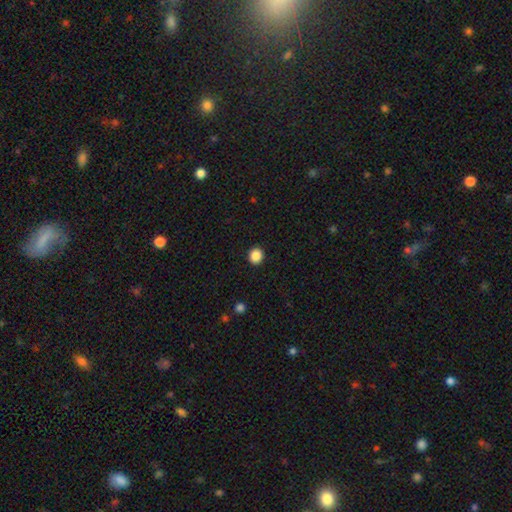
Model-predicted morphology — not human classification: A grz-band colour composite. It shows a smooth galaxy with no disk features (88%) that is round (82%). Merging: none (92%).